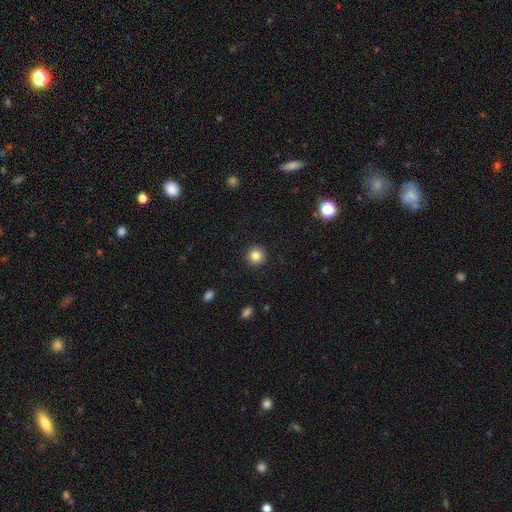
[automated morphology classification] A smooth galaxy with no disk features (83%) that is round (95%).

Vote fractions:
- Smooth or featured? smooth: 83% / star or artifact: 11% / featured or disk: 6%
- How rounded? round: 95% / in between: 4% / cigar-shaped: 1%
- Merging? none: 92% / minor disturbance: 5% / major disturbance: 2% / merger: 1%